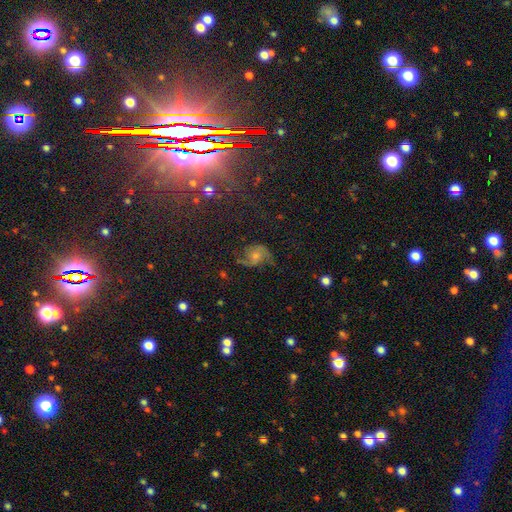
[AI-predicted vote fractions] The model was most divided on "bulge size": moderate: 49%, small: 42%, large: 4%, none: 4%, dominant: 1%. Remaining: edge-on disk — no (97%); spiral arms — yes (92%); spiral arm count — 2 (71%); bar — no (70%); smooth or featured — featured or disk (65%); merging — none (64%); spiral winding — medium (49%).